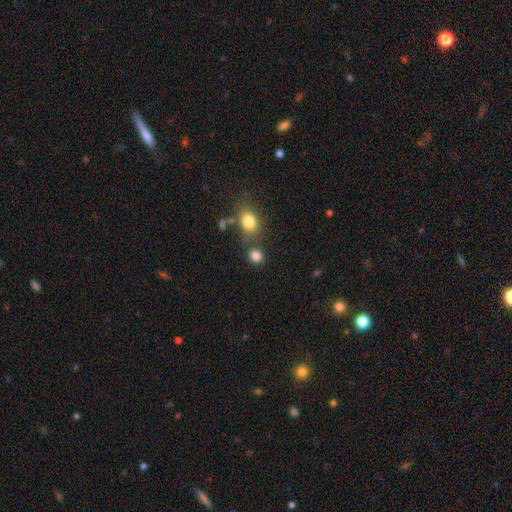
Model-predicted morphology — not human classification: The model was most divided on "how rounded": round: 74%, in between: 24%, cigar-shaped: 1%. More confident: smooth or featured — smooth (83%); merging — none (70%).